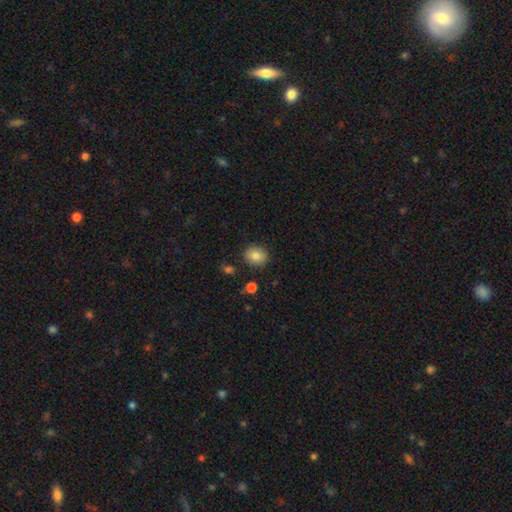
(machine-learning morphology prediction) smooth_or_featured: smooth (p=0.83) [alt: star or artifact p=0.09]
how_rounded: round (p=0.73) [alt: in between p=0.26]
merging: none (p=0.87) [alt: minor disturbance p=0.08]